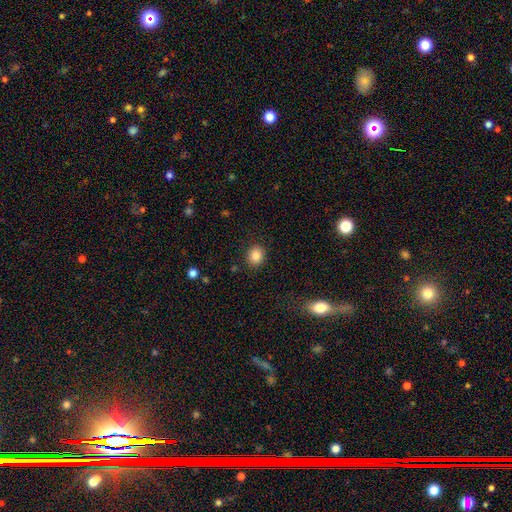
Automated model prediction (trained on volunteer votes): smooth 86%, star or artifact 10%, featured or disk 4%. Down the decision tree: how rounded — round (72%); merging — none (88%).